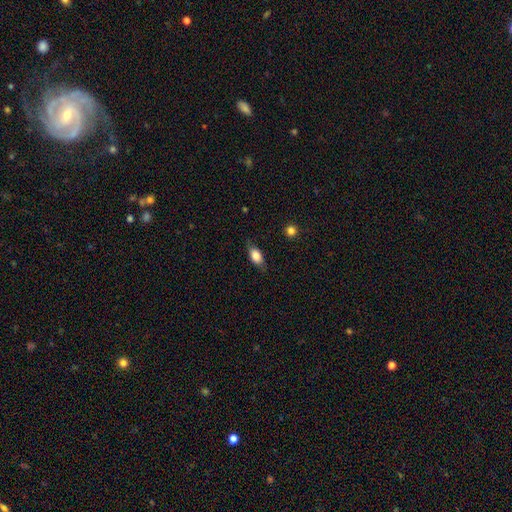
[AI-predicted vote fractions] Smooth or featured? smooth (77%)
How rounded? in between (85%)
Merging? none (74%)